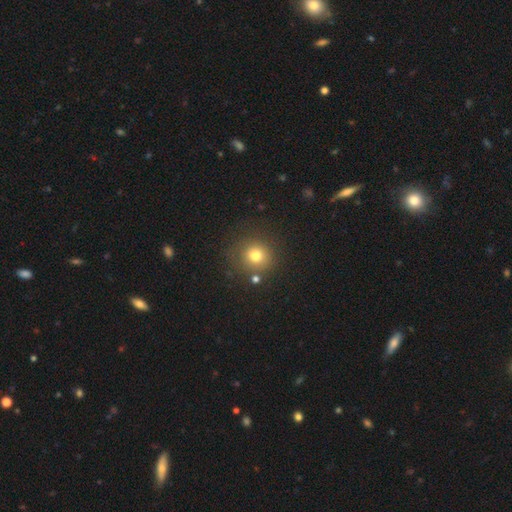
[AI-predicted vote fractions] Smooth or featured: smooth — 77% (star or artifact — 15%)
How rounded: round — 90% (in between — 9%)
Merging: none — 79% (minor disturbance — 11%)